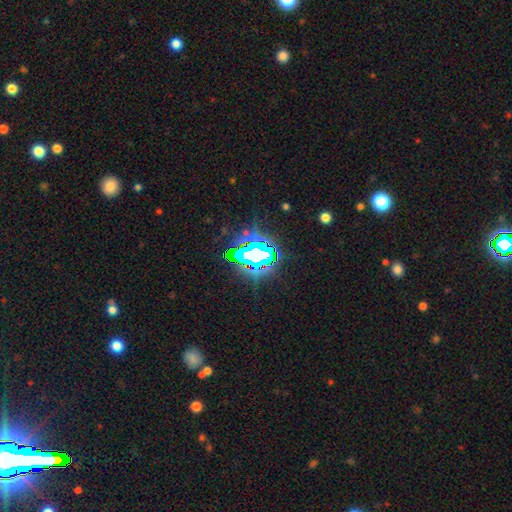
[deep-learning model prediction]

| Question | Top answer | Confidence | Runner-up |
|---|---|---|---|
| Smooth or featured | star or artifact | 69% | featured or disk (16%) |